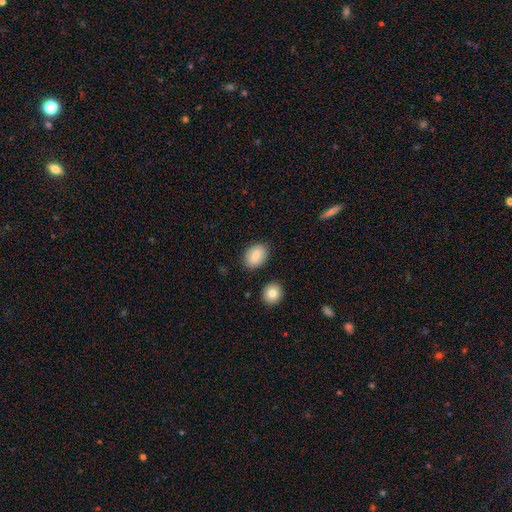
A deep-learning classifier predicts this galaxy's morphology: Overall: smooth (84%). How rounded: in between (83%). Merging: none (83%).